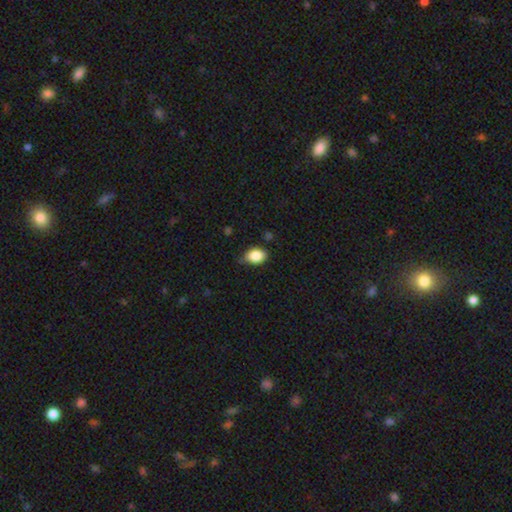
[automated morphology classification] Smooth or featured: smooth — 86% (star or artifact — 8%)
How rounded: in between — 80% (round — 19%)
Merging: none — 68% (minor disturbance — 26%)